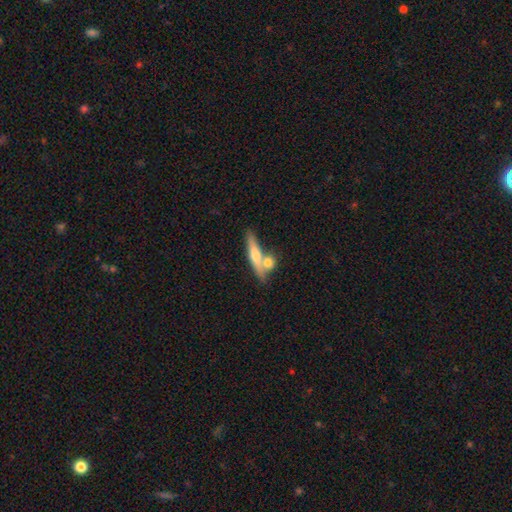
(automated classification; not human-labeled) smooth_or_featured: smooth (p=0.50) [alt: featured or disk p=0.43]
how_rounded: cigar-shaped (p=0.73) [alt: in between p=0.21]
merging: none (p=0.50) [alt: merger p=0.35]